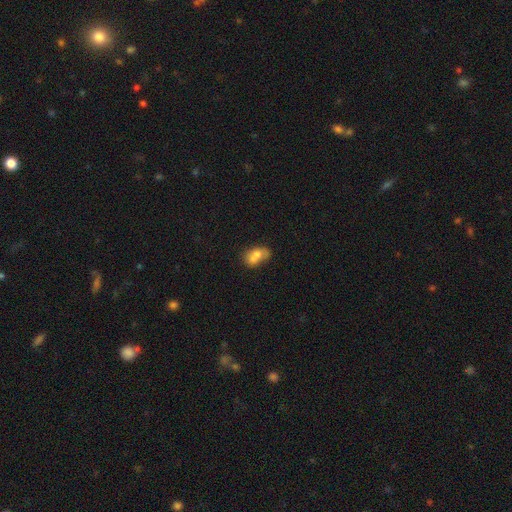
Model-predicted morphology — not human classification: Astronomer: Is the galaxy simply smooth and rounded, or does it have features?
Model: smooth — 67%.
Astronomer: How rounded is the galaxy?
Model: in between — 74%.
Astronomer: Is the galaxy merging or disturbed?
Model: merger — 56%.